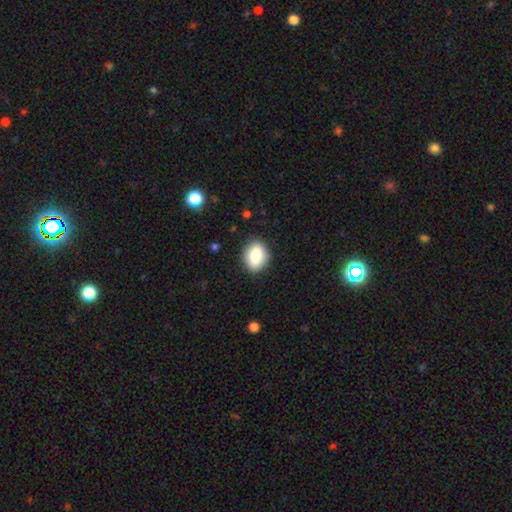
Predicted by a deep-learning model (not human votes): Overall: smooth (87%). How rounded: in between (75%). Merging: none (86%).